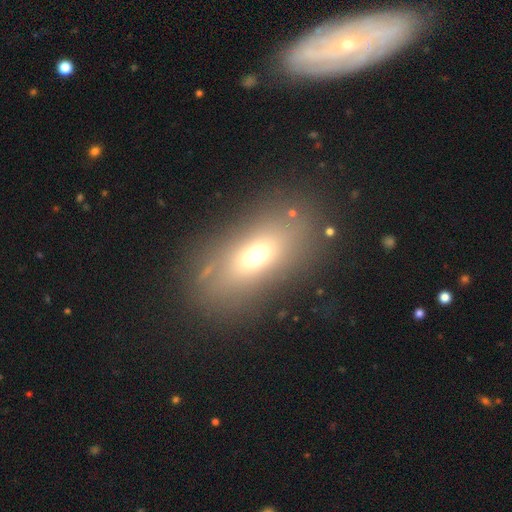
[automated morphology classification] Overall: smooth (61%; featured or disk 22%). How rounded: in between (75%). Merging: none (79%).